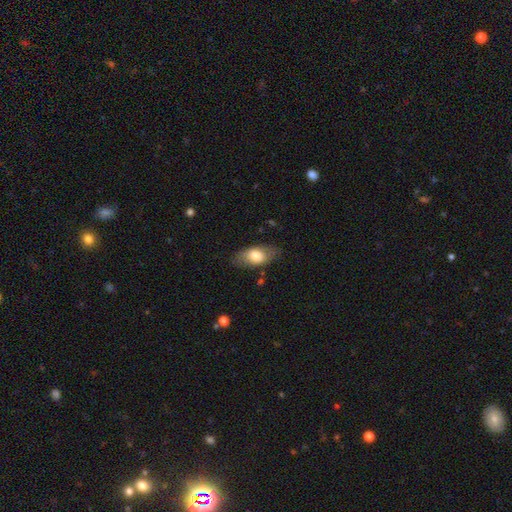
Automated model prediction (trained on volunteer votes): Overall: smooth (72%). How rounded: in between (88%). Merging: none (77%).